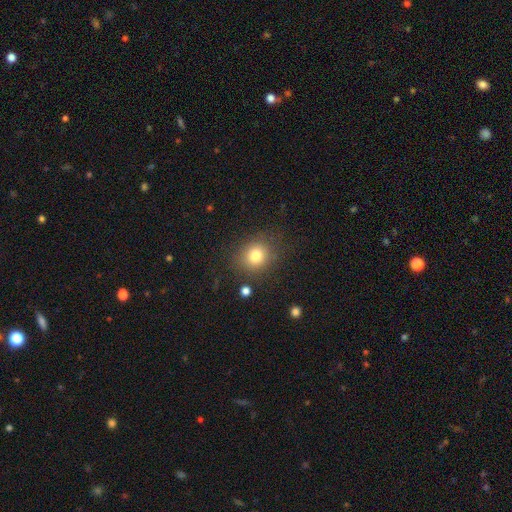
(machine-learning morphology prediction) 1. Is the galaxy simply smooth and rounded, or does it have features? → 80% smooth, 12% star or artifact, 8% featured or disk.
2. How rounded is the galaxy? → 75% round, 24% in between, 1% cigar-shaped.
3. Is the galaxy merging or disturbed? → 82% none, 11% minor disturbance, 4% major disturbance, 3% merger.